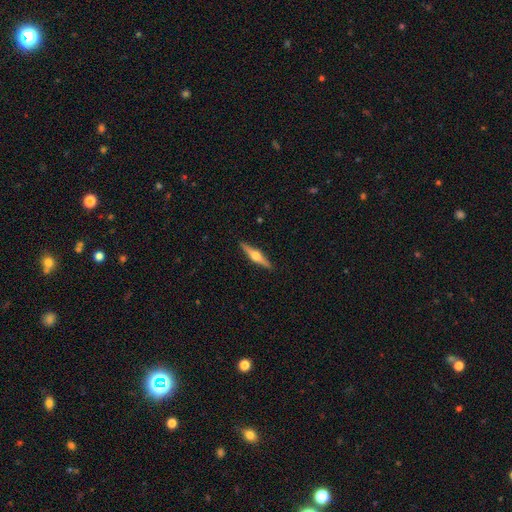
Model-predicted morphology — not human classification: The model was most divided on "smooth or featured": featured or disk: 72%, smooth: 23%, star or artifact: 5%. More confident: edge-on disk — yes (98%); edge-on bulge — rounded (95%); merging — none (91%).